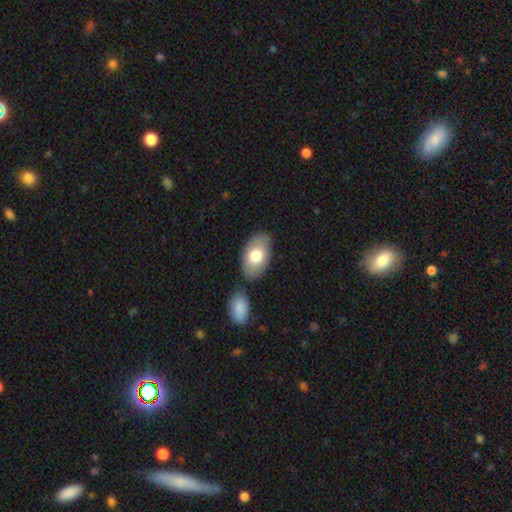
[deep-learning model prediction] A smooth galaxy with no disk features (76%) that is in between round and cigar-shaped (93%).

Vote fractions:
- Smooth or featured? smooth: 76% / featured or disk: 18% / star or artifact: 6%
- How rounded? in between: 93% / round: 6% / cigar-shaped: 1%
- Merging? none: 71% / minor disturbance: 14% / merger: 12% / major disturbance: 3%